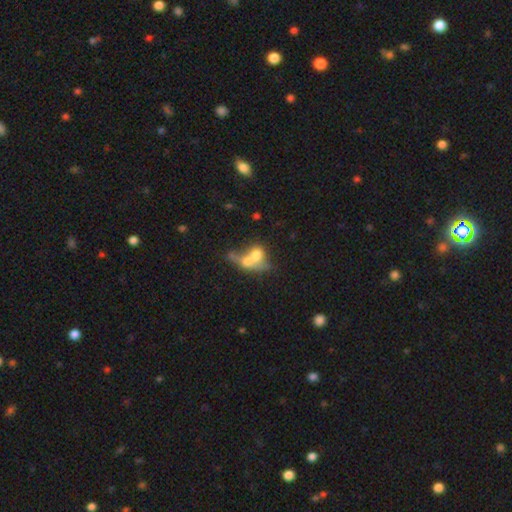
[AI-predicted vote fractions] smooth-or-featured: smooth: 59% | featured or disk: 31% | star or artifact: 10%
  how-rounded: in between: 49% | round: 46% | cigar-shaped: 5%
  merging: merger: 73% | none: 13% | major disturbance: 8% | minor disturbance: 6%